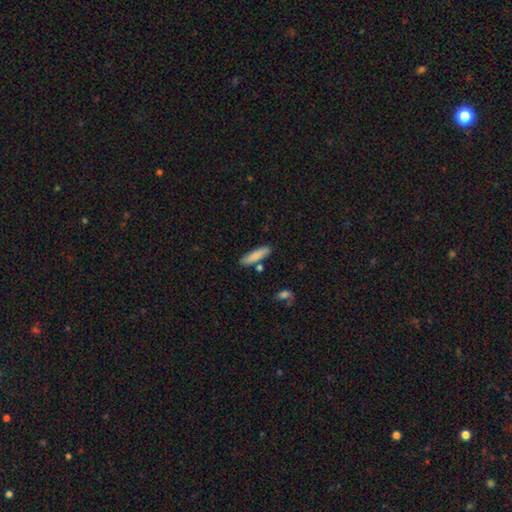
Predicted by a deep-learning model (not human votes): Smooth or featured: smooth — 83% (featured or disk — 11%)
How rounded: cigar-shaped — 74% (in between — 25%)
Merging: none — 82% (minor disturbance — 11%)